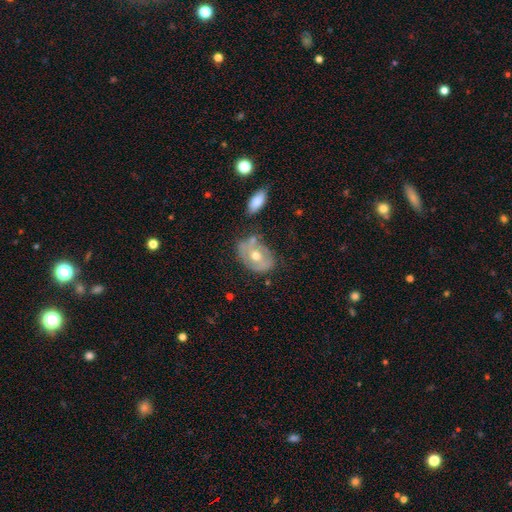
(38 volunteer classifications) A featured or disk galaxy (61%) with no bar (73%), no spiral arms (77%) and a moderate central bulge (73%).

Vote fractions:
- Smooth or featured? featured or disk: 61% / smooth: 32% / star or artifact: 8%
- Edge-on disk? no: 96% / yes: 4%
- Bar? no: 73% / strong: 14% / weak: 14%
- Spiral arms? no: 77% / yes: 23%
- Bulge size? moderate: 73% / small: 23% / none: 5% / dominant: 0% / large: 0%
- Merging? none: 69% / minor disturbance: 29% / merger: 3% / major disturbance: 0%